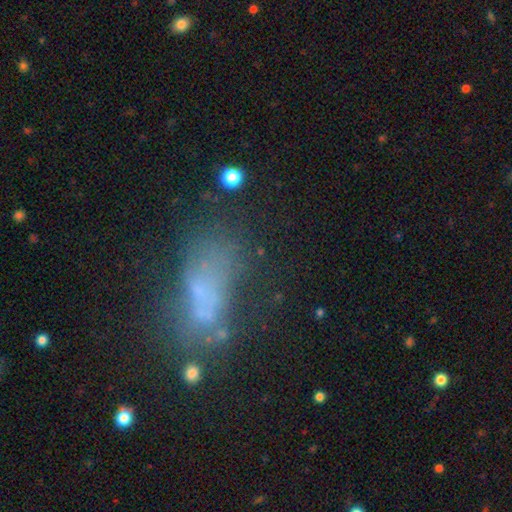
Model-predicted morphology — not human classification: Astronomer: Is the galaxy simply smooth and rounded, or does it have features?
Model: smooth — 40% (runner-up: featured or disk, 37%).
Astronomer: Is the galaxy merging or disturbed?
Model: none — 33% (runner-up: major disturbance, 32%).